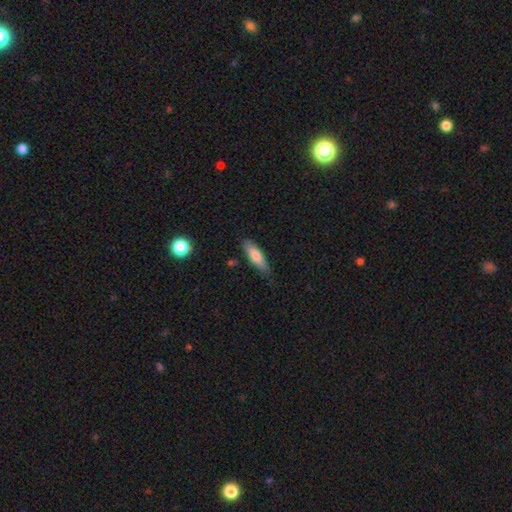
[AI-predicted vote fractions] Smooth or featured: smooth — 74% (featured or disk — 19%)
How rounded: cigar-shaped — 55% (in between — 44%)
Merging: none — 76% (minor disturbance — 19%)